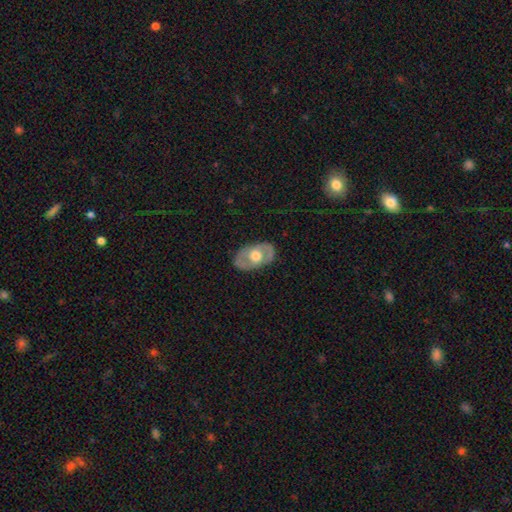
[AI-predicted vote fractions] smooth-or-featured: featured or disk: 60% | smooth: 35% | star or artifact: 5%
  disk-edge-on: no: 89% | yes: 11%
    bar: no: 78% | weak: 17% | strong: 5%
    has-spiral-arms: no: 67% | yes: 33%
    bulge-size: moderate: 64% | large: 28% | small: 5% | dominant: 1% | none: 1%
  merging: none: 82% | minor disturbance: 13% | major disturbance: 4% | merger: 1%